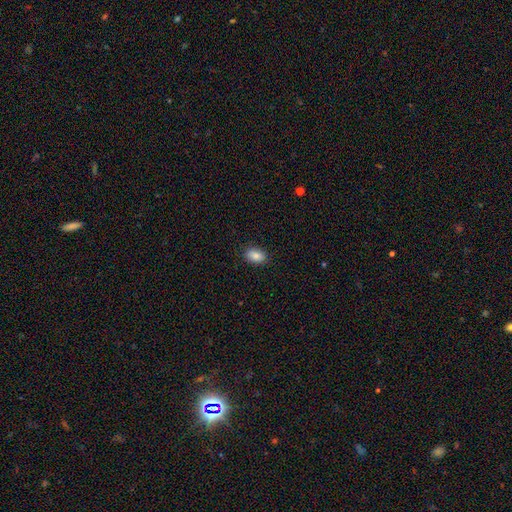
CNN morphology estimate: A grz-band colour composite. It shows a smooth galaxy with no disk features (86%) that is in between round and cigar-shaped (89%). Merging: none (88%).